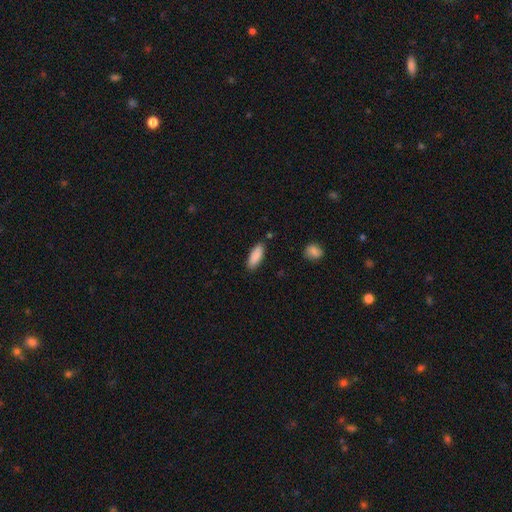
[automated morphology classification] Smooth or featured: smooth — 88% (featured or disk — 6%)
How rounded: in between — 70% (cigar-shaped — 29%)
Merging: none — 86% (minor disturbance — 10%)